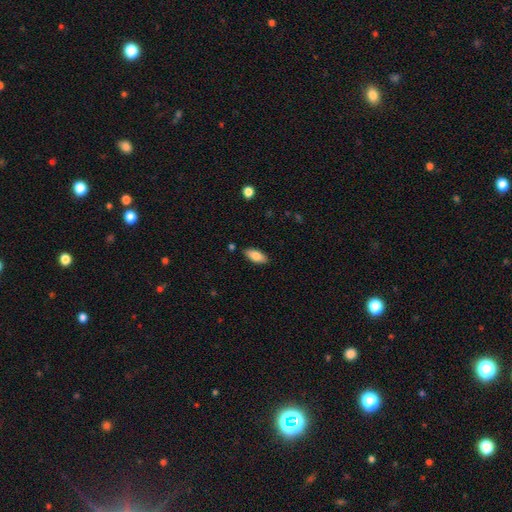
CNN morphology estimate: Smooth or featured? Predicted: smooth (p=0.81). How rounded? Predicted: in between (p=0.83). Merging? Predicted: none (p=0.86).